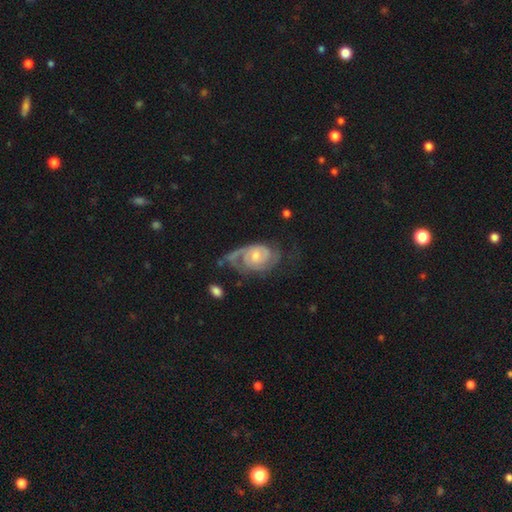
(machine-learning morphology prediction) Smooth or featured? featured or disk (87%)
Edge-on disk? no (97%)
Bar? no (56%)
Spiral arms? yes (96%)
Spiral winding? tight (56%)
Spiral arm count? 2 (62%)
Bulge size? moderate (48%)
Merging? none (51%)